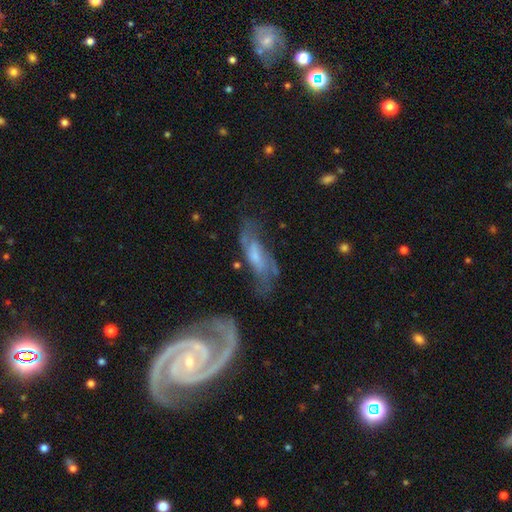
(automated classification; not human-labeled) Smooth or featured? Predicted: featured or disk (p=0.69). Edge-on disk? Predicted: no (p=0.81). Bar? Predicted: no (p=0.44). Spiral arms? Predicted: yes (p=0.83). Bulge size? Predicted: small (p=0.45). Merging? Predicted: none (p=0.49).